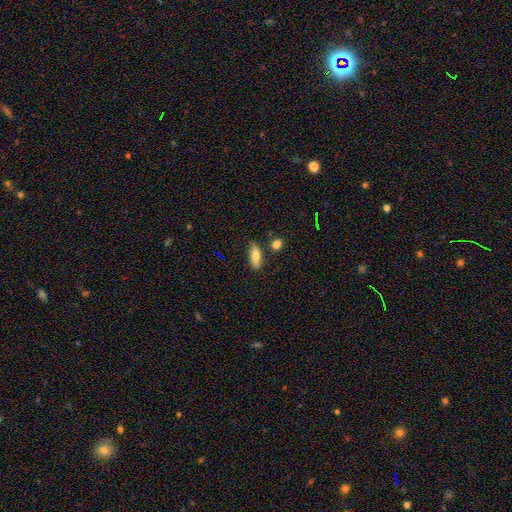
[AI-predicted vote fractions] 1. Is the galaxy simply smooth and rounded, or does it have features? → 76% smooth, 16% featured or disk, 7% star or artifact.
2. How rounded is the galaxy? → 74% in between, 22% cigar-shaped, 3% round.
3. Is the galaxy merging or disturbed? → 73% none, 17% minor disturbance, 6% merger, 4% major disturbance.